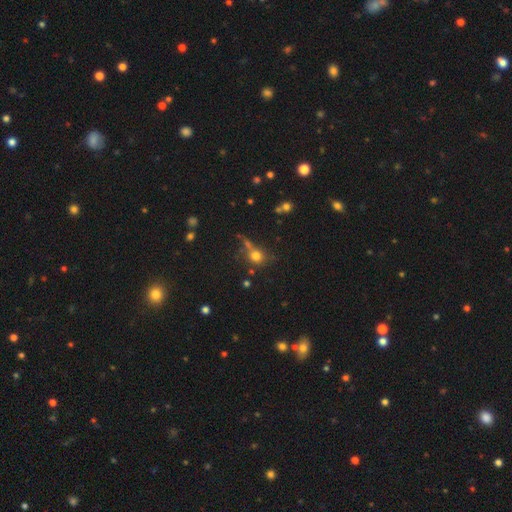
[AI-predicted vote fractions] Smooth or featured: smooth — 72% (star or artifact — 17%)
How rounded: round — 81% (in between — 17%)
Merging: none — 58% (merger — 17%)